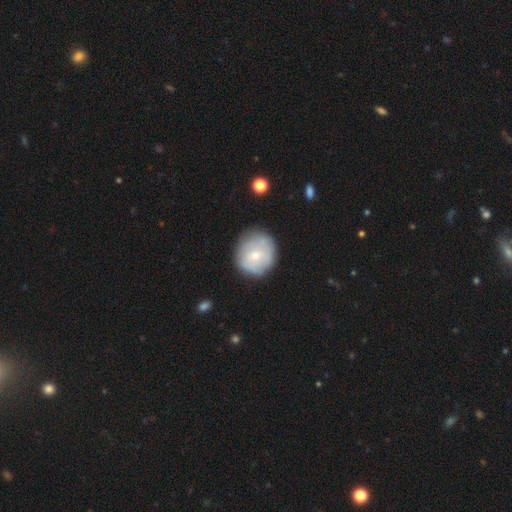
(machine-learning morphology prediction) smooth_or_featured: smooth (p=0.61) [alt: featured or disk p=0.31]
how_rounded: round (p=0.83) [alt: in between p=0.16]
merging: none (p=0.74) [alt: minor disturbance p=0.19]